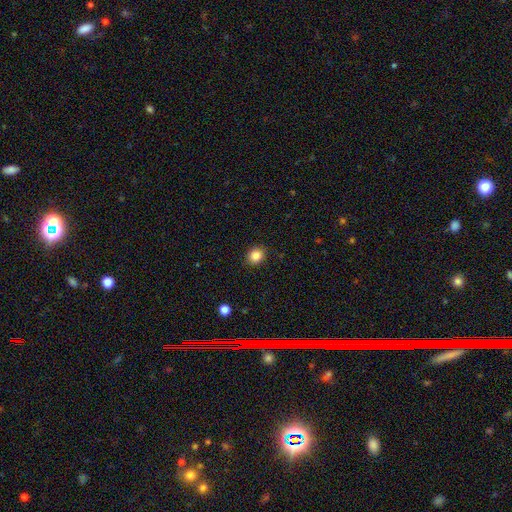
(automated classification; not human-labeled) smooth 85%, star or artifact 11%, featured or disk 5%. Down the decision tree: how rounded — round (76%); merging — none (90%).